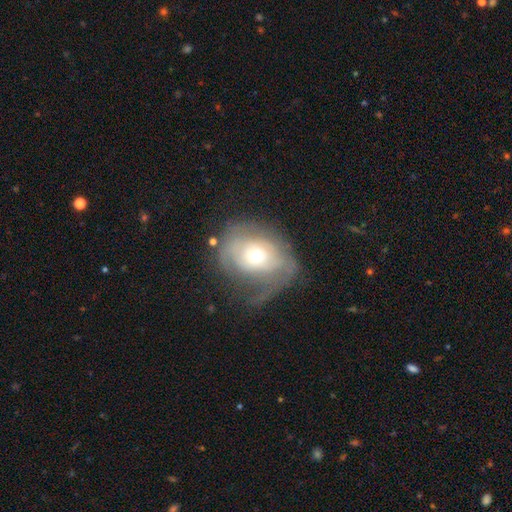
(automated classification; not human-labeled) A featured or disk galaxy (54%) with no bar (81%), spiral arms (55%) and a moderate central bulge (59%).

Vote fractions:
- Smooth or featured? featured or disk: 54% / smooth: 38% / star or artifact: 8%
- Edge-on disk? no: 95% / yes: 5%
- Bar? no: 81% / weak: 15% / strong: 4%
- Spiral arms? yes: 55% / no: 45%
- Bulge size? moderate: 59% / small: 31% / large: 7% / dominant: 2% / none: 1%
- Merging? none: 37% / major disturbance: 32% / minor disturbance: 28% / merger: 3%